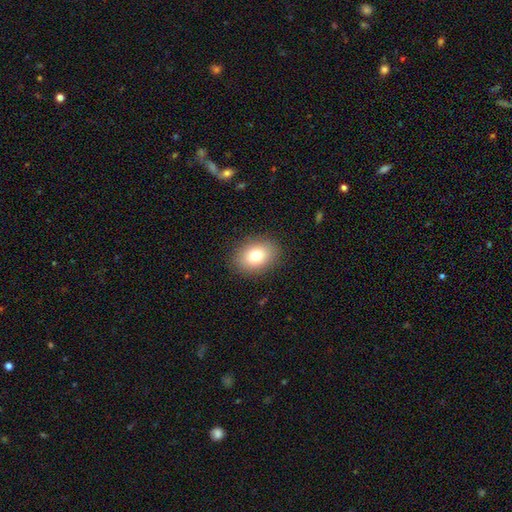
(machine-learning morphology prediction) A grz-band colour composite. It shows a smooth galaxy with no disk features (79%) that is in between round and cigar-shaped (71%). Merging: none (88%).